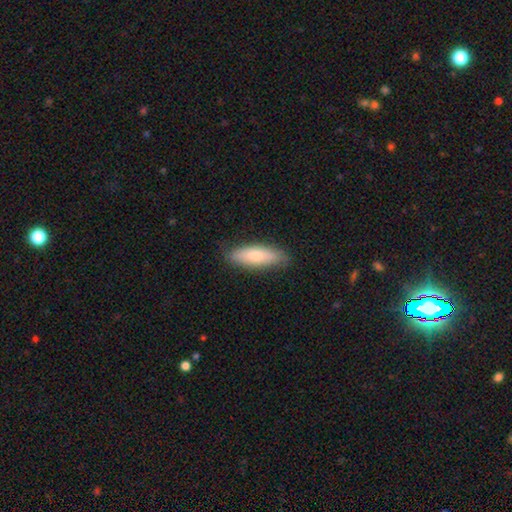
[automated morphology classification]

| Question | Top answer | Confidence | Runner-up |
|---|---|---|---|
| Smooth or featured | smooth | 73% | featured or disk (21%) |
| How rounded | in between | 56% | cigar-shaped (42%) |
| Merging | none | 82% | minor disturbance (14%) |